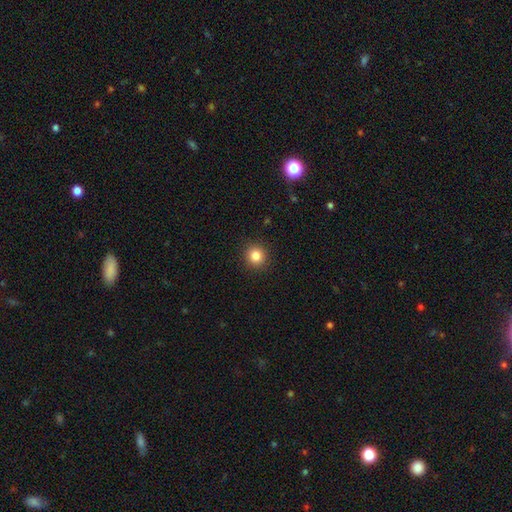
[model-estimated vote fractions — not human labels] This appears to be a smooth galaxy with no disk features (84%) that is round (93%). Merging: none (92%).